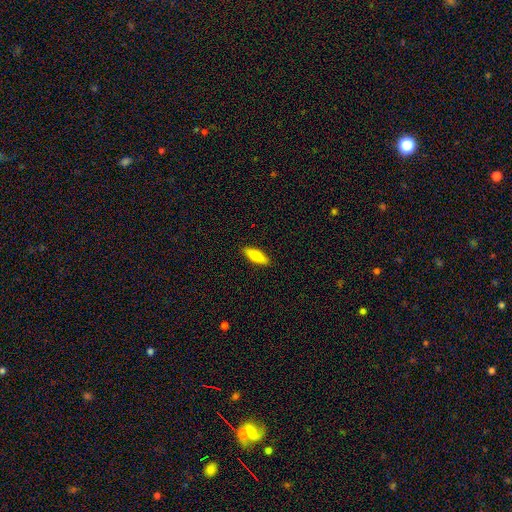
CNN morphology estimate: A smooth galaxy with no disk features (74%) that is in between round and cigar-shaped (59%).

Vote fractions:
- Smooth or featured? smooth: 74% / featured or disk: 20% / star or artifact: 6%
- How rounded? in between: 59% / cigar-shaped: 39% / round: 2%
- Merging? none: 90% / minor disturbance: 7% / major disturbance: 2% / merger: 1%